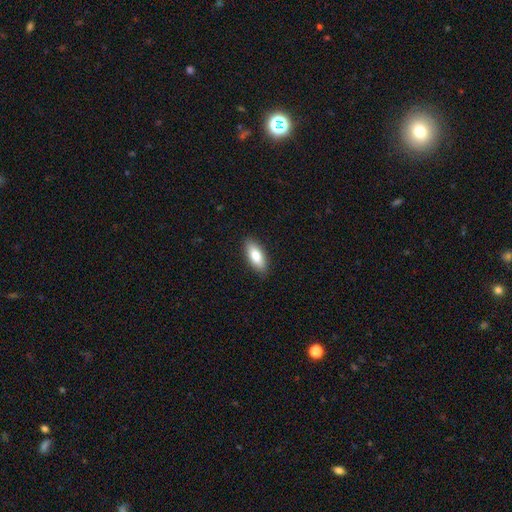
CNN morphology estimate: The model was most divided on "how rounded": in between: 79%, cigar-shaped: 19%, round: 2%. More confident: merging — none (88%); smooth or featured — smooth (81%).